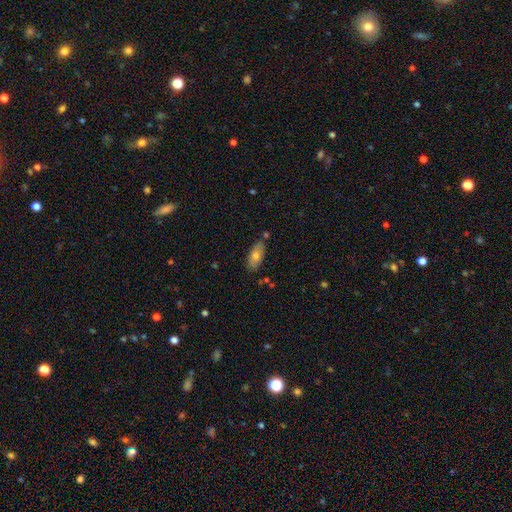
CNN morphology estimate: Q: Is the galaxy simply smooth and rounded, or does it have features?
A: smooth — 69%.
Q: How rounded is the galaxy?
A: in between — 85%.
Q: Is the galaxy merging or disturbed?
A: none — 78%.